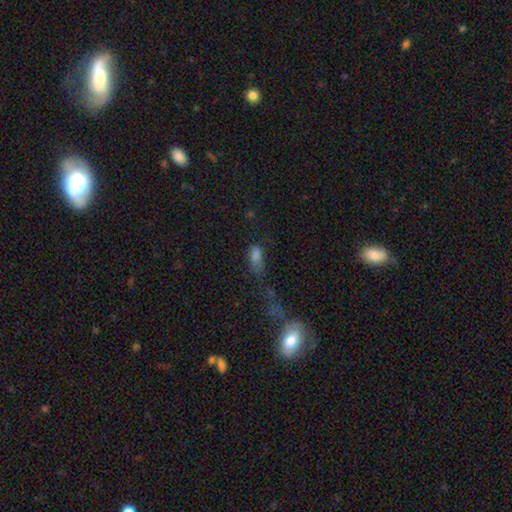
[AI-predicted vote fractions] A smooth galaxy with no disk features (67%) that is in between round and cigar-shaped (81%). Merging: none (38%).